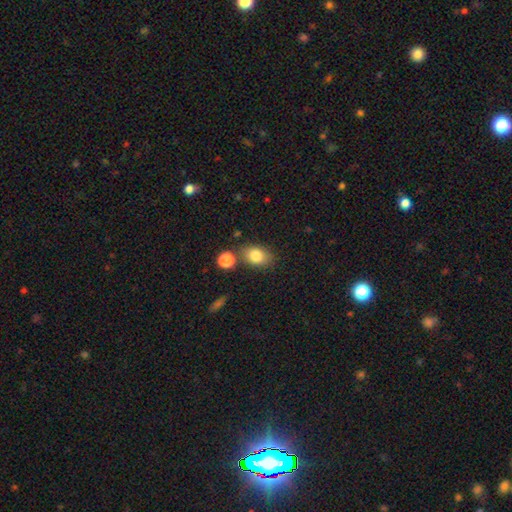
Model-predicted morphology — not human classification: Smooth or featured?
  - smooth: 82% *
  - star or artifact: 9%
  - featured or disk: 9%
How rounded?
  - in between: 74% *
  - round: 24%
  - cigar-shaped: 1%
Merging?
  - none: 72% *
  - minor disturbance: 14%
  - merger: 10%
  - major disturbance: 4%